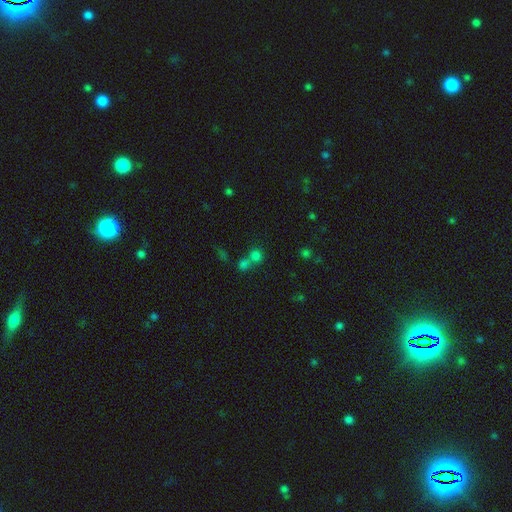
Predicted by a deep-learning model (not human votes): A smooth galaxy with no disk features (70%) that is round (86%). Merging: none (46%).